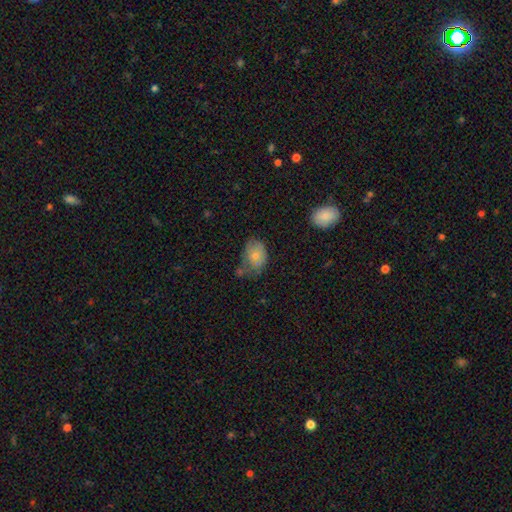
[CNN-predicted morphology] Smooth or featured? smooth (71%)
How rounded? in between (71%)
Merging? none (39%)